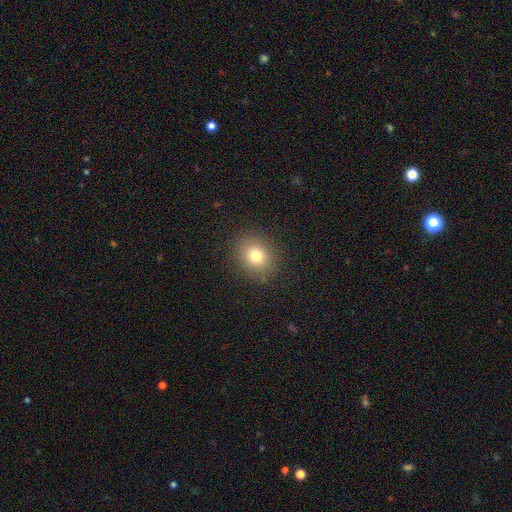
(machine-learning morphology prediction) smooth_or_featured: smooth (p=0.77) [alt: star or artifact p=0.13]
how_rounded: round (p=0.65) [alt: in between p=0.34]
merging: none (p=0.88) [alt: minor disturbance p=0.08]